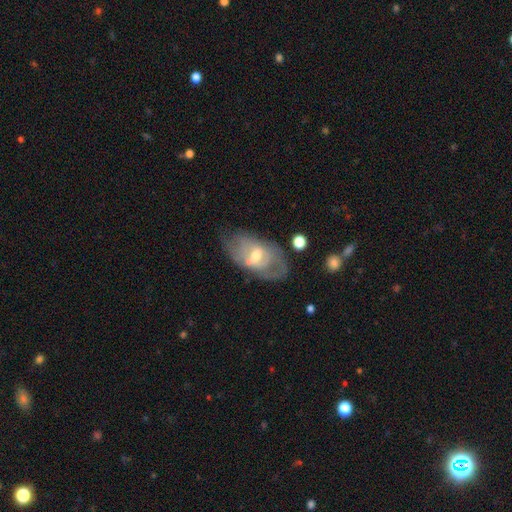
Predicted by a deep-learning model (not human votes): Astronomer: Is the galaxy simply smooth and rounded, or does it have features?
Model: featured or disk — 65%.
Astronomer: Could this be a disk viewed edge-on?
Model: no — 91%.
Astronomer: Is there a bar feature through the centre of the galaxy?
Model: weak — 46% (runner-up: no, 43%).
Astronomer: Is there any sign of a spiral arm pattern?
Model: yes — 63%.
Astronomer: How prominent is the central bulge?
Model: moderate — 60%.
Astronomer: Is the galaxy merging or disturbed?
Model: none — 58%.